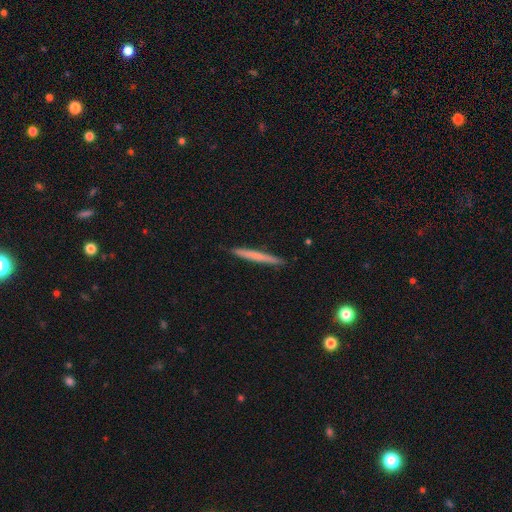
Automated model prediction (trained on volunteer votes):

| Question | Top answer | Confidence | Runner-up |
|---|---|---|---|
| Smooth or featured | smooth | 62% | featured or disk (32%) |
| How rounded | cigar-shaped | 97% | in between (2%) |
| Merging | none | 91% | minor disturbance (6%) |